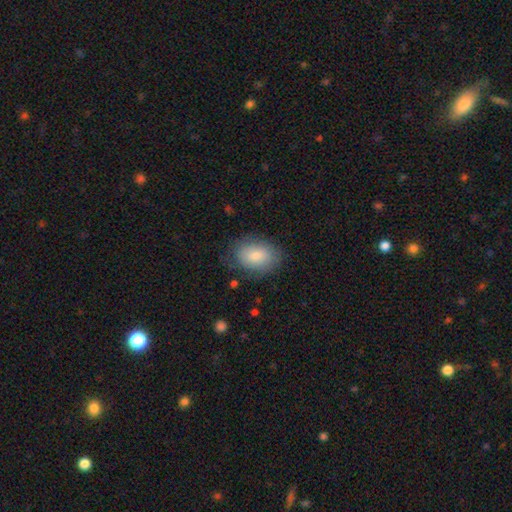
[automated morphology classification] Smooth or featured?
  - smooth: 81% *
  - featured or disk: 12%
  - star or artifact: 7%
How rounded?
  - in between: 82% *
  - round: 17%
  - cigar-shaped: 1%
Merging?
  - none: 75% *
  - minor disturbance: 17%
  - major disturbance: 6%
  - merger: 1%